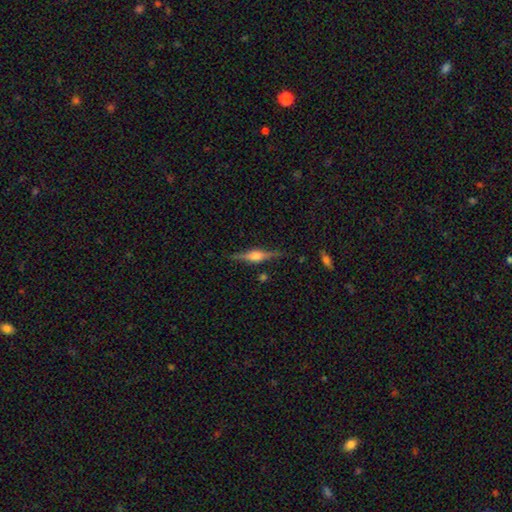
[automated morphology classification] Overall: featured or disk (78%). Edge-on disk: yes (98%). Edge-on bulge: rounded (89%). Merging: none (87%).